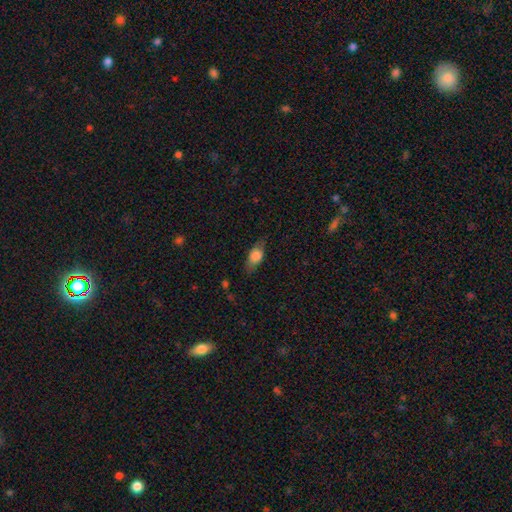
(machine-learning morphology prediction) This is likely a smooth galaxy (71%). How rounded: likely in between (79%). Merging: likely none (75%).